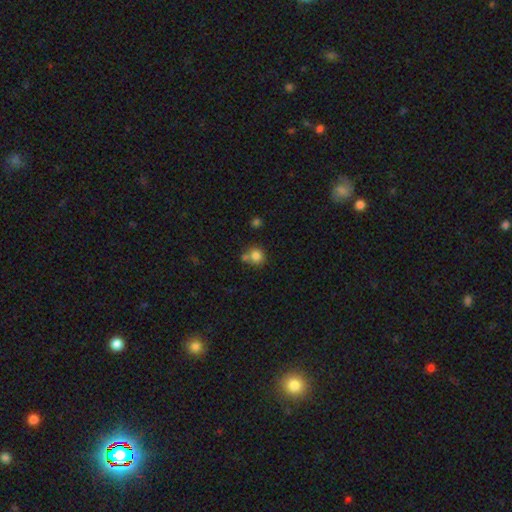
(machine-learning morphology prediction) smooth_or_featured: smooth (p=0.82) [alt: star or artifact p=0.11]
how_rounded: round (p=0.86) [alt: in between p=0.14]
merging: none (p=0.57) [alt: merger p=0.27]